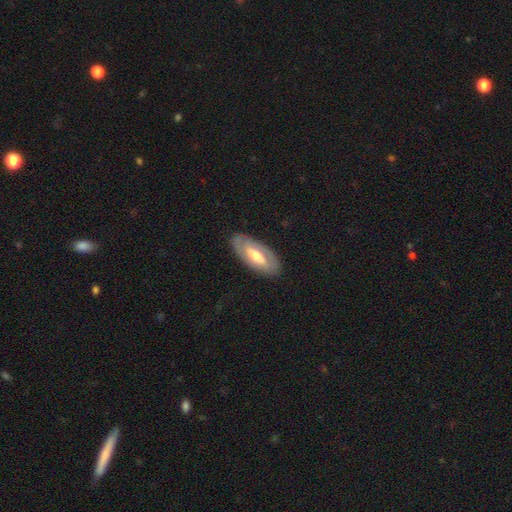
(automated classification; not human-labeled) Morphology: type=featured or disk (59%); edge-on=no (82%); merging=none (85%).